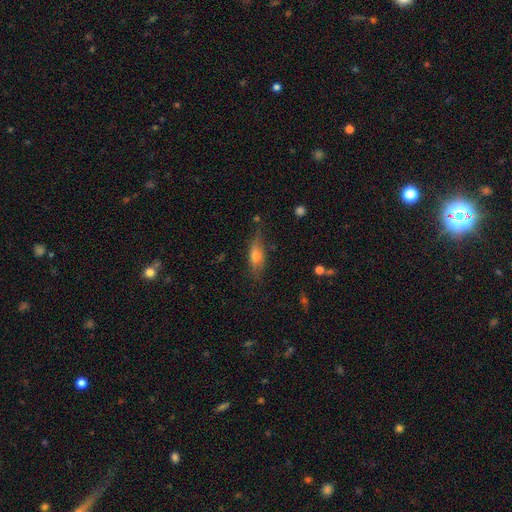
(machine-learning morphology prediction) type=smooth (56%); roundness=in between (55%); merging=none (71%).